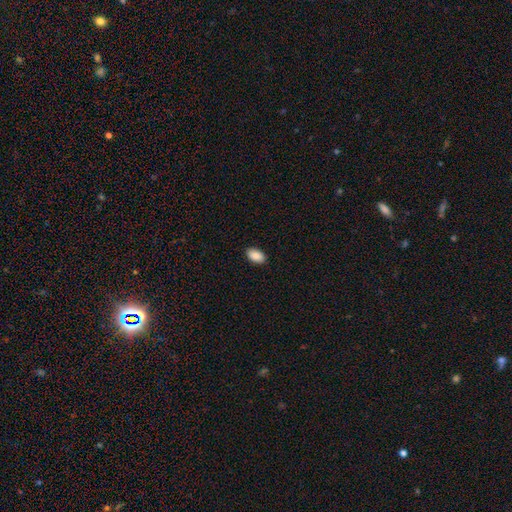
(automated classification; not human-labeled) This is clearly a smooth galaxy (89%). How rounded: clearly in between (93%). Merging: clearly none (90%).